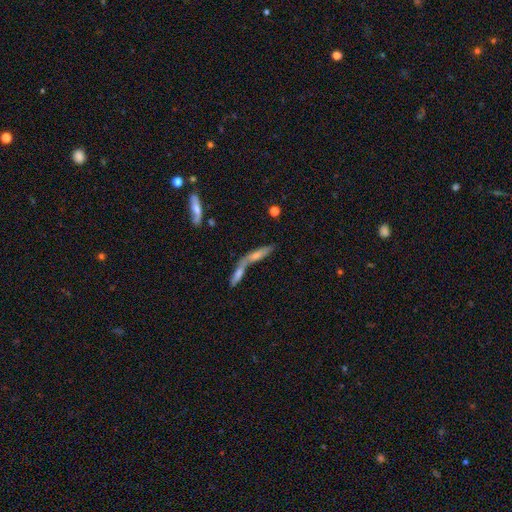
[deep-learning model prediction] Smooth or featured? Predicted: featured or disk (p=0.46). Merging? Predicted: merger (p=0.62).